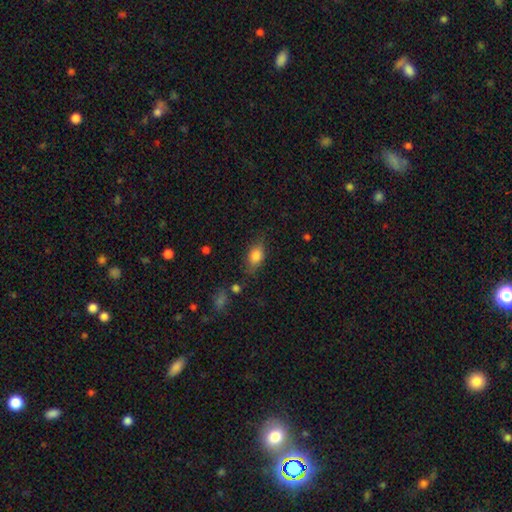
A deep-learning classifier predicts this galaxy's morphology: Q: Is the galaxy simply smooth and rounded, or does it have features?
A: smooth — 81%.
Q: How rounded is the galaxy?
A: in between — 80%.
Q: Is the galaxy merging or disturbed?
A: none — 72%.